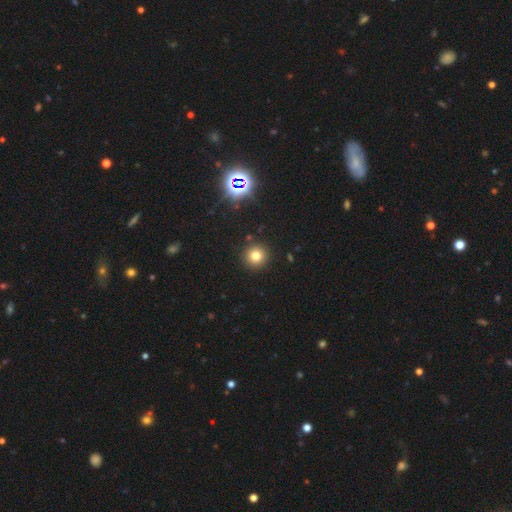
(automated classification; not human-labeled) Smooth or featured?
  - smooth: 76% *
  - star or artifact: 17%
  - featured or disk: 7%
How rounded?
  - round: 95% *
  - in between: 4%
  - cigar-shaped: 1%
Merging?
  - none: 91% *
  - minor disturbance: 5%
  - merger: 2%
  - major disturbance: 2%